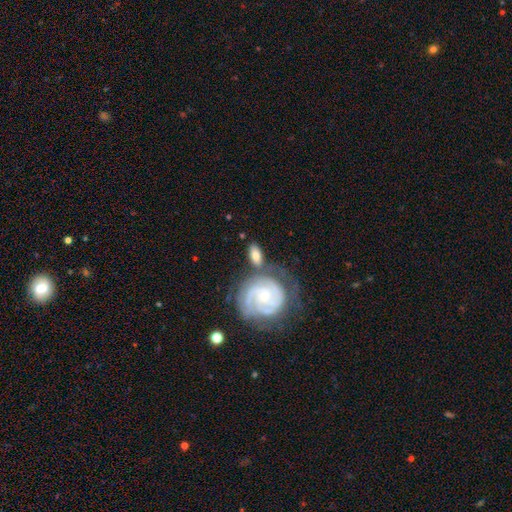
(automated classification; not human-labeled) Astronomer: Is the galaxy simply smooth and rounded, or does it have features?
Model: featured or disk — 56% (runner-up: smooth, 38%).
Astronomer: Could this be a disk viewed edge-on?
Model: no — 93%.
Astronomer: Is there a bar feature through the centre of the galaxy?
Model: no — 62%.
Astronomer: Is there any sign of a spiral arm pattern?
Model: yes — 91%.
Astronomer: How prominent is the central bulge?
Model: small — 65%.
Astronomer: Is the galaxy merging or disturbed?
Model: none — 55%.